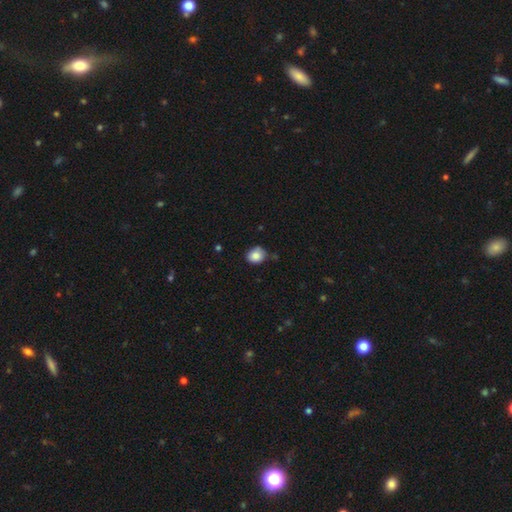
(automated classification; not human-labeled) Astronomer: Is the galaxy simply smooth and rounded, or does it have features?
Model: smooth — 85%.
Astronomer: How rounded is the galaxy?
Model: round — 66%.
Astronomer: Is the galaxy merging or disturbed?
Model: none — 72%.